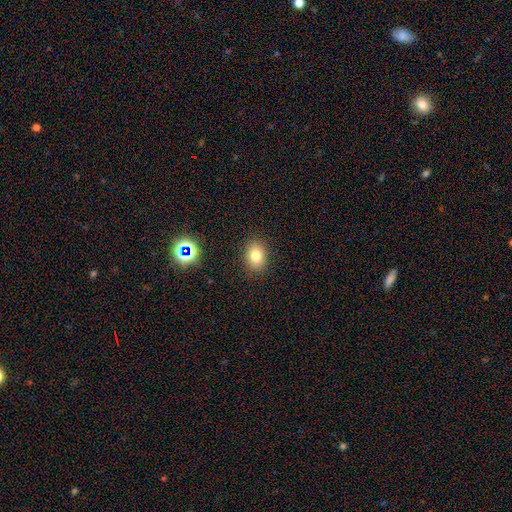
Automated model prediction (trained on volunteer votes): The model was most divided on "how rounded": in between: 58%, round: 41%, cigar-shaped: 1%. More confident: merging — none (87%); smooth or featured — smooth (78%).